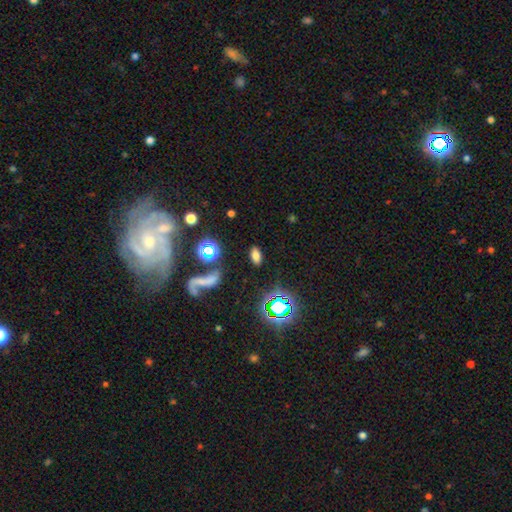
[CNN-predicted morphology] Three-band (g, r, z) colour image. It shows a smooth galaxy with no disk features (67%) that is in between round and cigar-shaped (85%). Merging: none (85%).